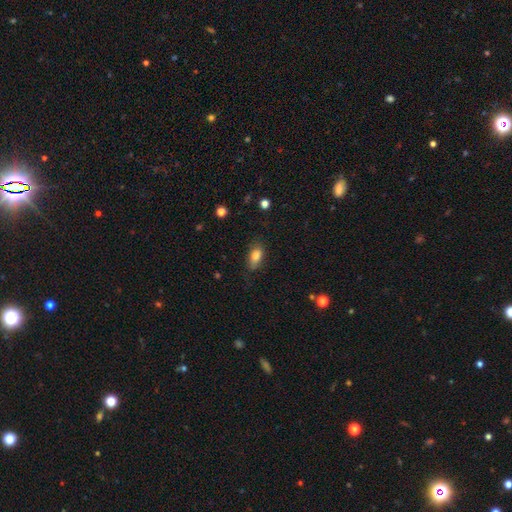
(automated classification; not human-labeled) Smooth or featured?
  - smooth: 82% *
  - featured or disk: 10%
  - star or artifact: 8%
How rounded?
  - in between: 86% *
  - cigar-shaped: 7%
  - round: 7%
Merging?
  - none: 73% *
  - minor disturbance: 20%
  - major disturbance: 5%
  - merger: 1%